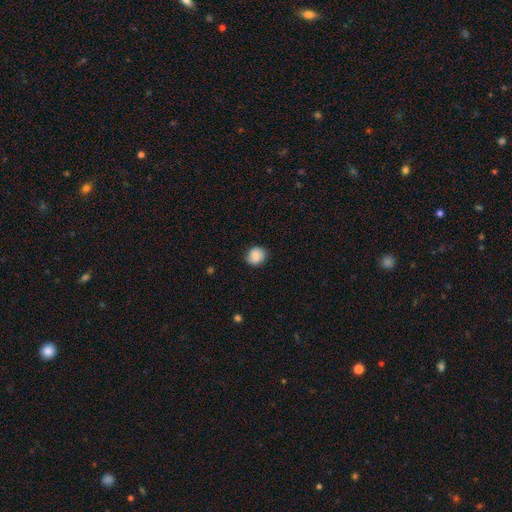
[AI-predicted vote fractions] Overall: smooth (84%). How rounded: round (74%). Merging: none (83%).